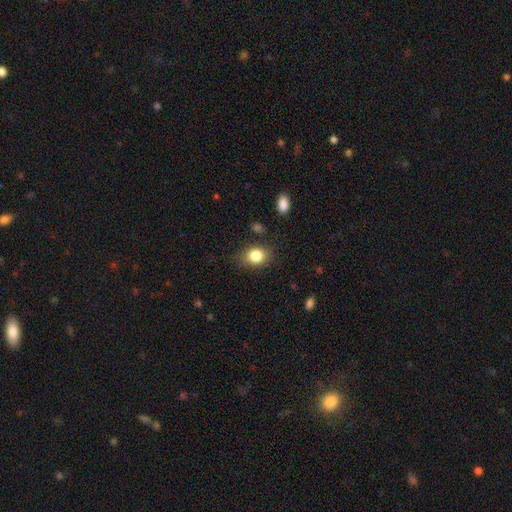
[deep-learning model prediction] smooth 83%, star or artifact 10%, featured or disk 7%. Down the decision tree: how rounded — in between (54%); merging — none (79%).